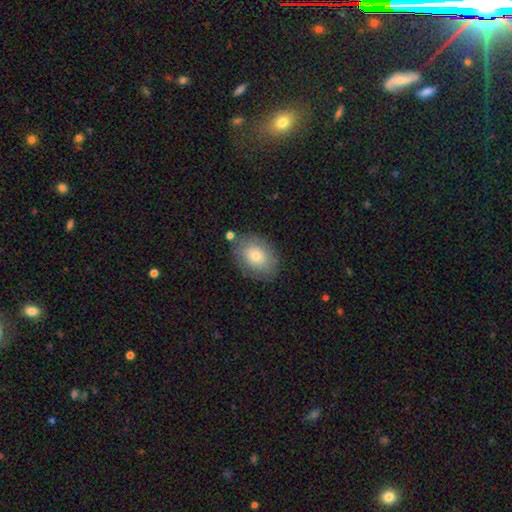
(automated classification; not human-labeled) This appears to be a smooth galaxy with no disk features (75%) that is in between round and cigar-shaped (76%). Merging: none (79%).